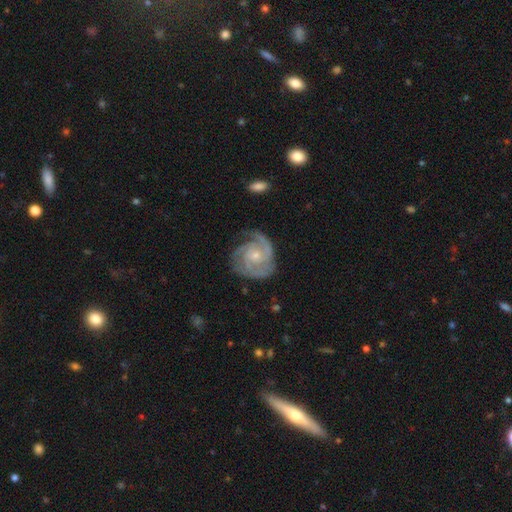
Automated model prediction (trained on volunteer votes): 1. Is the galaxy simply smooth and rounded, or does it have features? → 90% featured or disk, 6% smooth, 4% star or artifact.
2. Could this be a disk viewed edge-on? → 98% no, 2% yes.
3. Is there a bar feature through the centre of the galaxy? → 72% no, 23% weak, 5% strong.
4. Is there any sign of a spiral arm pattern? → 98% yes, 2% no.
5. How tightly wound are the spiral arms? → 59% tight, 36% medium, 5% loose.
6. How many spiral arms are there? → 47% 3, 28% 2, 9% can't tell, 7% 4, 5% 1, 4% more than 4.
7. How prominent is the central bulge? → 72% small, 24% moderate, 2% none, 1% large, 1% dominant.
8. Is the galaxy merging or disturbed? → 71% none, 19% minor disturbance, 8% major disturbance, 2% merger.